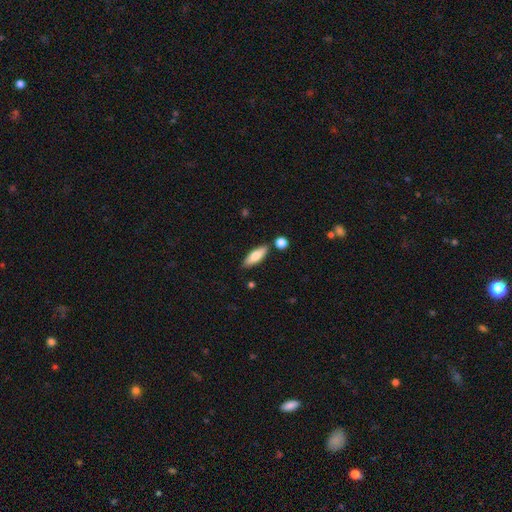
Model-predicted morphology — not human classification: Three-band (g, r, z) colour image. It shows a smooth galaxy with no disk features (74%) that is in between round and cigar-shaped (57%). Merging: none (81%).